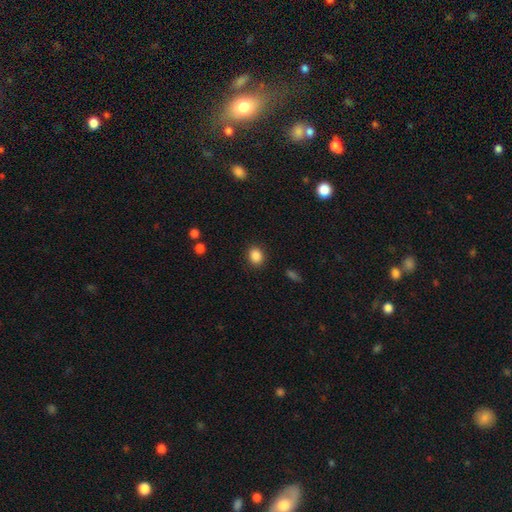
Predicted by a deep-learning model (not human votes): The model was most divided on "how rounded": round: 51%, in between: 48%, cigar-shaped: 1%. More confident: merging — none (88%); smooth or featured — smooth (87%).